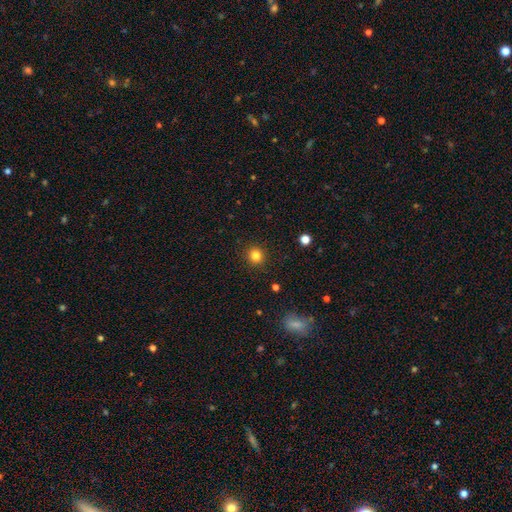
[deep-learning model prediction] Smooth or featured?
  - smooth: 82% *
  - star or artifact: 13%
  - featured or disk: 5%
How rounded?
  - round: 92% *
  - in between: 7%
  - cigar-shaped: 1%
Merging?
  - none: 91% *
  - minor disturbance: 5%
  - major disturbance: 2%
  - merger: 1%